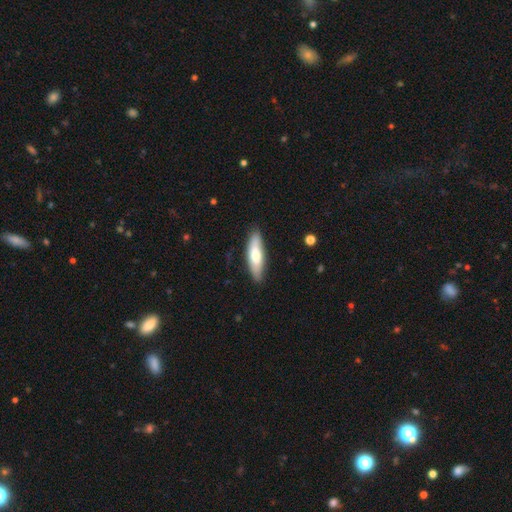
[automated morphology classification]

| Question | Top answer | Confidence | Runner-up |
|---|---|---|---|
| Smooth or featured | smooth | 66% | featured or disk (28%) |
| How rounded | cigar-shaped | 55% | in between (43%) |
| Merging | none | 85% | minor disturbance (12%) |